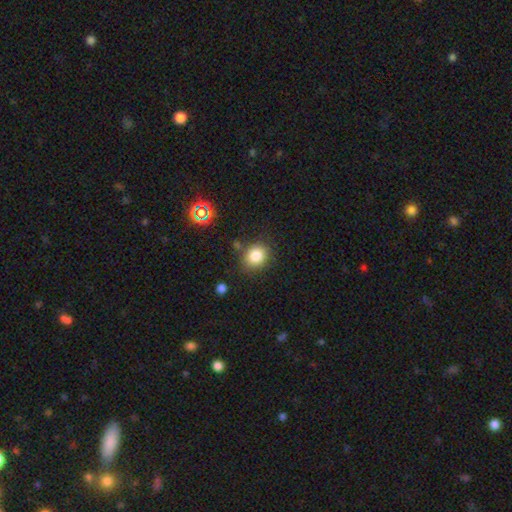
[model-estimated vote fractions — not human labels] smooth-or-featured: smooth: 83% | star or artifact: 11% | featured or disk: 6%
  how-rounded: round: 65% | in between: 34% | cigar-shaped: 1%
  merging: none: 76% | minor disturbance: 14% | merger: 5% | major disturbance: 4%